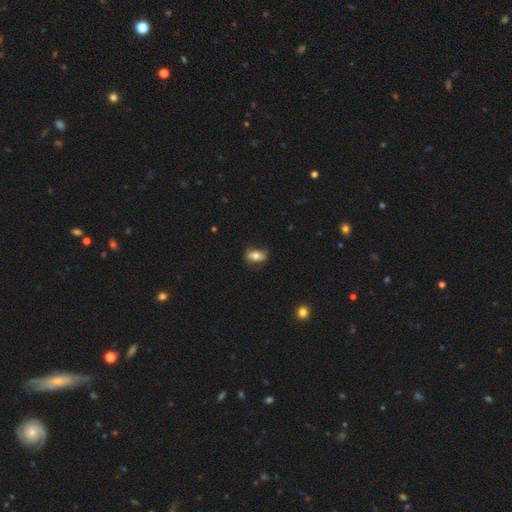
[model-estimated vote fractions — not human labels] A smooth galaxy with no disk features (66%) that is in between round and cigar-shaped (83%).

Vote fractions:
- Smooth or featured? smooth: 66% / featured or disk: 26% / star or artifact: 8%
- How rounded? in between: 83% / round: 11% / cigar-shaped: 5%
- Merging? none: 71% / minor disturbance: 21% / major disturbance: 7% / merger: 1%